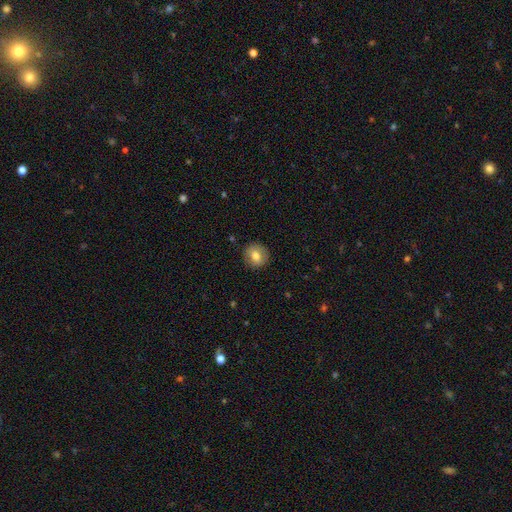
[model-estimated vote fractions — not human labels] Overall: smooth (75%). How rounded: round (90%). Merging: none (89%).